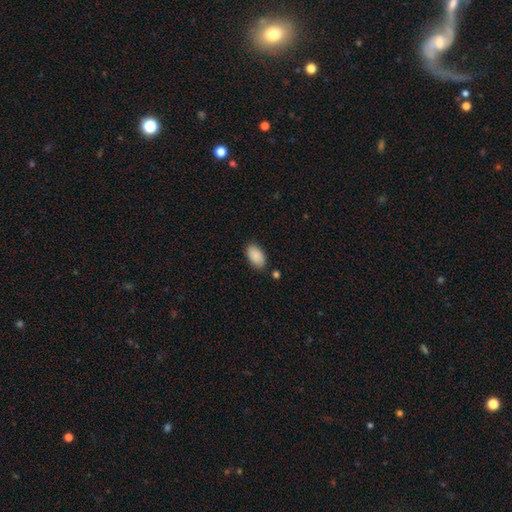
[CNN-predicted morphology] Overall: smooth (90%). How rounded: in between (94%). Merging: none (85%).